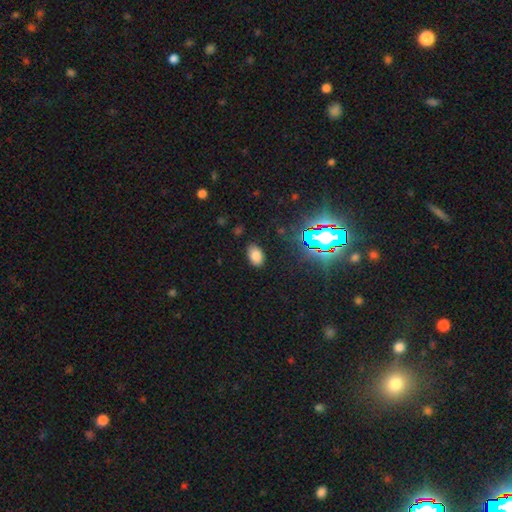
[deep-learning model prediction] Smooth or featured: smooth — 76% (star or artifact — 18%)
How rounded: in between — 90% (round — 9%)
Merging: none — 83% (minor disturbance — 12%)